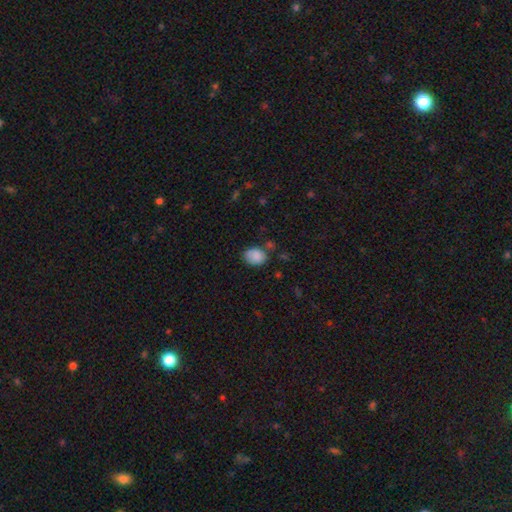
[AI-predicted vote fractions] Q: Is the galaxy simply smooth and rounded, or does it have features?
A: smooth — 85%.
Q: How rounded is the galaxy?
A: in between — 61%.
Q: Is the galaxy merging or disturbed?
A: none — 63%.